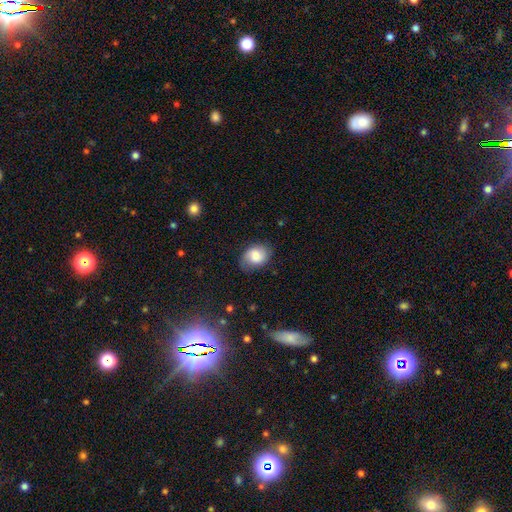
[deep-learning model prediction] Smooth or featured?
  - smooth: 72% *
  - featured or disk: 20%
  - star or artifact: 8%
How rounded?
  - in between: 67% *
  - round: 32%
  - cigar-shaped: 1%
Merging?
  - none: 72% *
  - minor disturbance: 21%
  - major disturbance: 6%
  - merger: 1%